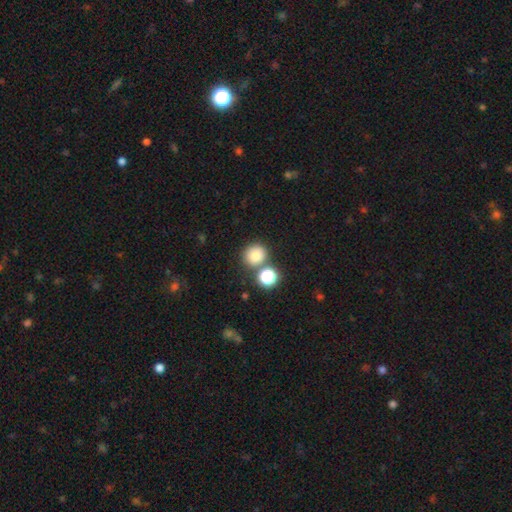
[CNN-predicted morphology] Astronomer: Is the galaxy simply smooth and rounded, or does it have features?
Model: smooth — 80%.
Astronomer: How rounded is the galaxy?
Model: round — 86%.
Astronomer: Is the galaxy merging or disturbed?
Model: none — 70%.